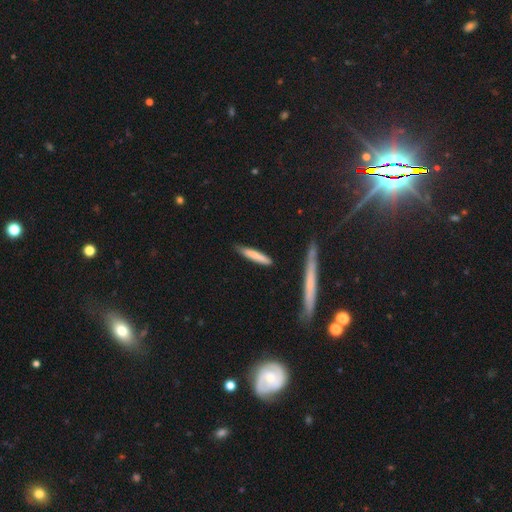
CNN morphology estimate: smooth_or_featured: smooth (p=0.76) [alt: featured or disk p=0.19]
how_rounded: cigar-shaped (p=0.90) [alt: in between p=0.08]
merging: none (p=0.81) [alt: minor disturbance p=0.13]